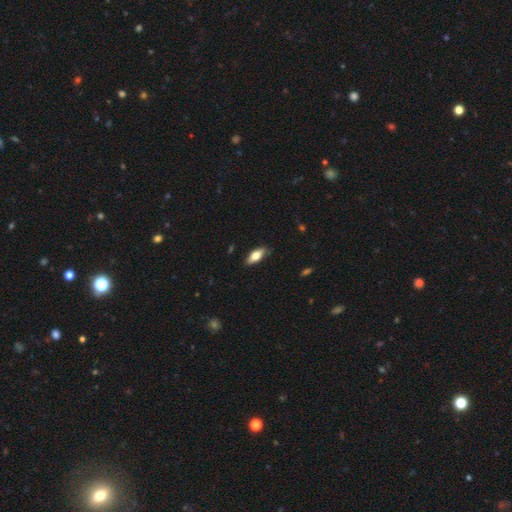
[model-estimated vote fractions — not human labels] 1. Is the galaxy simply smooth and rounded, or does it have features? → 71% smooth, 23% featured or disk, 6% star or artifact.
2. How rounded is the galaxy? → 79% in between, 19% cigar-shaped, 2% round.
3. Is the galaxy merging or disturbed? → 83% none, 14% minor disturbance, 2% major disturbance, 1% merger.